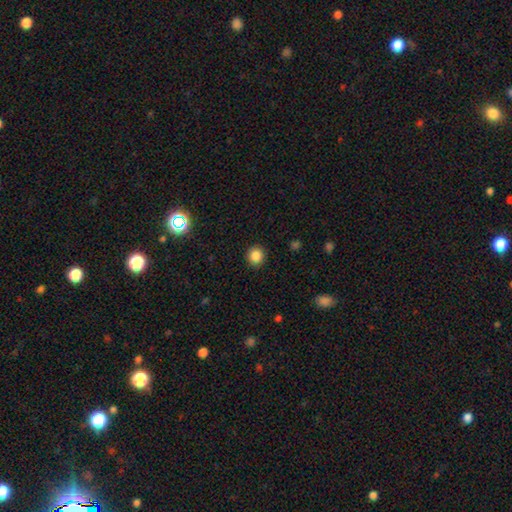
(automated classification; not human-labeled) This is clearly a smooth galaxy (84%). How rounded: clearly round (88%). Merging: clearly none (91%).